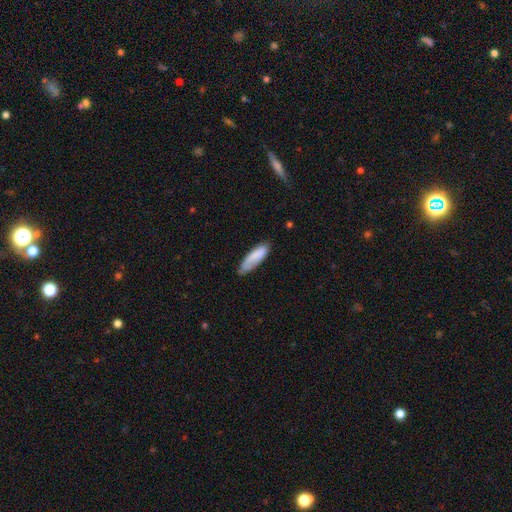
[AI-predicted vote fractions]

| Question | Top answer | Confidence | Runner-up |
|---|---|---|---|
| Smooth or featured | smooth | 81% | featured or disk (13%) |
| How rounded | cigar-shaped | 53% | in between (46%) |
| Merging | none | 65% | minor disturbance (27%) |